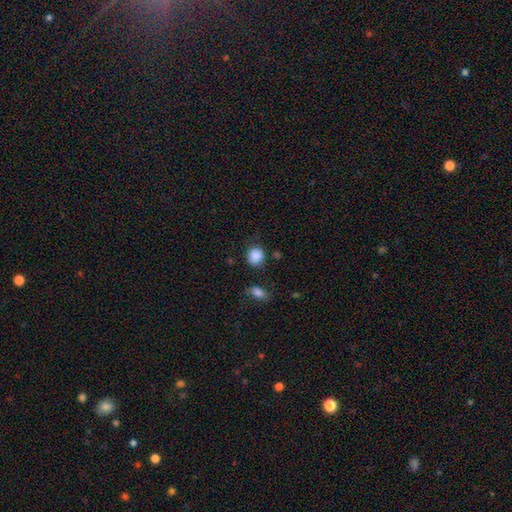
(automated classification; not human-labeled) Smooth or featured?
  - smooth: 88% *
  - star or artifact: 9%
  - featured or disk: 4%
How rounded?
  - round: 82% *
  - in between: 17%
  - cigar-shaped: 1%
Merging?
  - none: 77% *
  - minor disturbance: 14%
  - major disturbance: 5%
  - merger: 4%